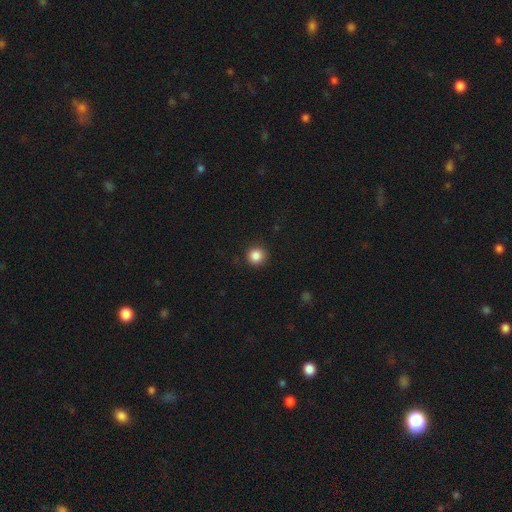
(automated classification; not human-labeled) A smooth galaxy with no disk features (86%) that is round (94%). Merging: none (91%).